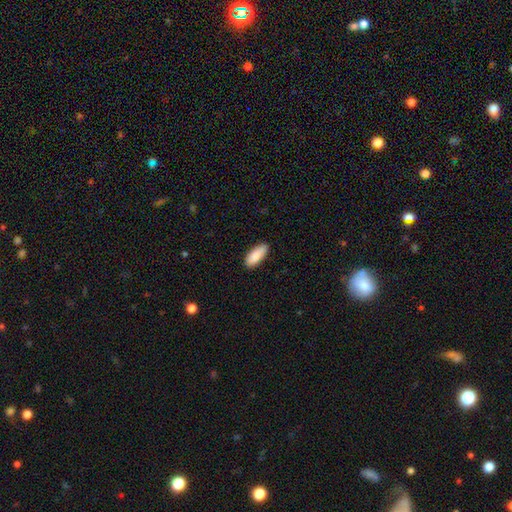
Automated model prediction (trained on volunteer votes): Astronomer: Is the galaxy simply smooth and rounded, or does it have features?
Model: smooth — 89%.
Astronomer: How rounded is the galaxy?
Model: in between — 76%.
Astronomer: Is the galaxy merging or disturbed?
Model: none — 87%.